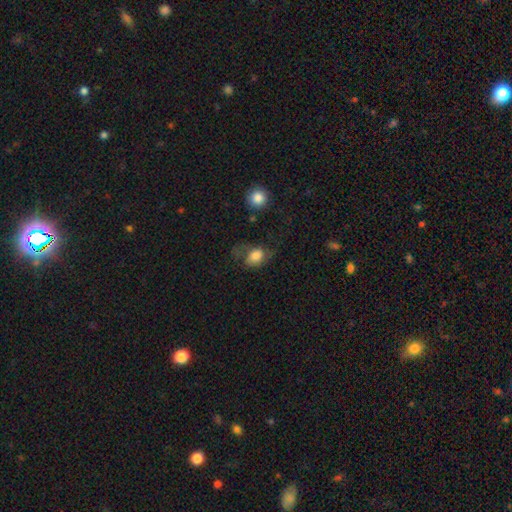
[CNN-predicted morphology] Smooth or featured?
  - smooth: 72% *
  - featured or disk: 20%
  - star or artifact: 8%
How rounded?
  - in between: 68% *
  - round: 30%
  - cigar-shaped: 1%
Merging?
  - none: 37% *
  - major disturbance: 34%
  - minor disturbance: 25%
  - merger: 4%